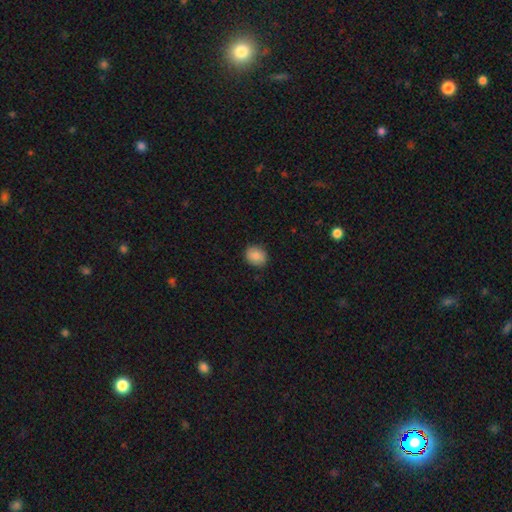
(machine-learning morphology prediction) A smooth galaxy with no disk features (87%) that is round (66%).

Vote fractions:
- Smooth or featured? smooth: 87% / star or artifact: 8% / featured or disk: 5%
- How rounded? round: 66% / in between: 33% / cigar-shaped: 1%
- Merging? none: 88% / minor disturbance: 9% / major disturbance: 2% / merger: 1%